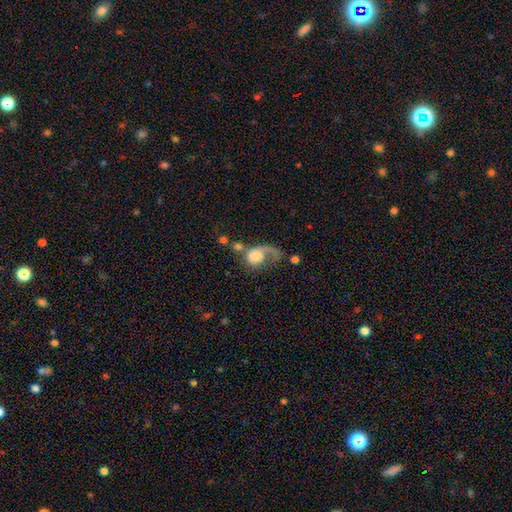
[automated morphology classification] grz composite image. It shows a smooth galaxy with no disk features (48%). Merging: major disturbance (49%).